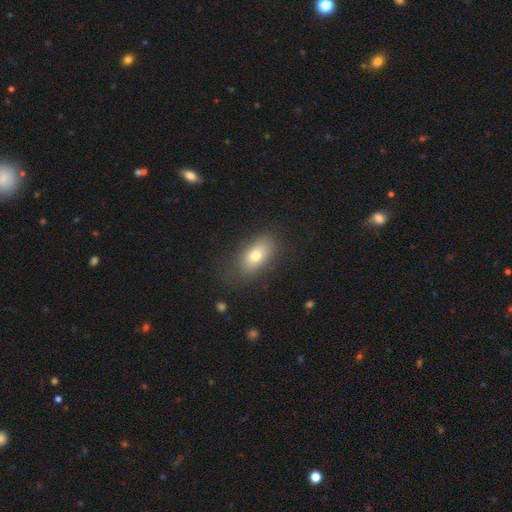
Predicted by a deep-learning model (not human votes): Smooth or featured? Predicted: smooth (p=0.73). How rounded? Predicted: in between (p=0.85). Merging? Predicted: none (p=0.77).